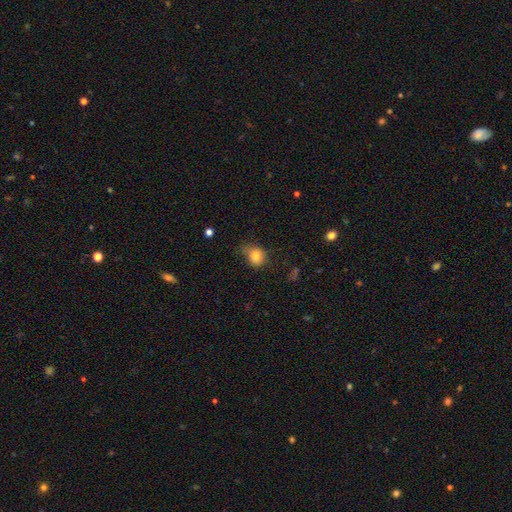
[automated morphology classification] smooth-or-featured: smooth: 80% | star or artifact: 11% | featured or disk: 9%
  how-rounded: round: 61% | in between: 38% | cigar-shaped: 1%
  merging: none: 51% | minor disturbance: 35% | major disturbance: 12% | merger: 2%